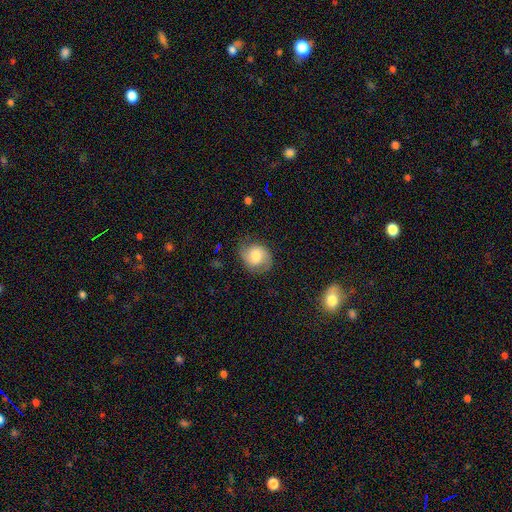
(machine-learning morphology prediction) A featured or disk galaxy (48%).

Vote fractions:
- Smooth or featured? featured or disk: 48% / smooth: 43% / star or artifact: 8%
- Merging? none: 72% / minor disturbance: 20% / major disturbance: 7% / merger: 1%